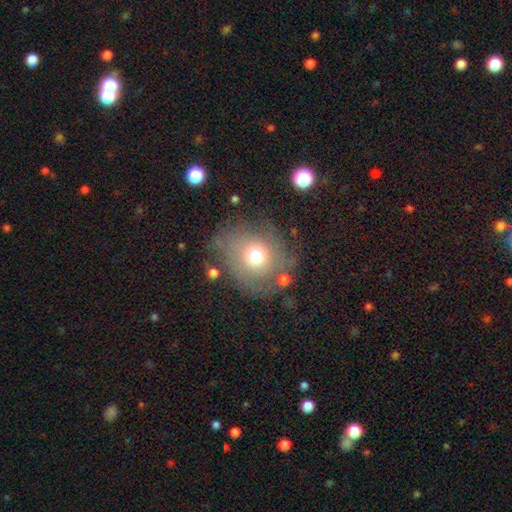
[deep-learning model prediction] Smooth or featured? smooth (56%)
How rounded? round (73%)
Merging? none (67%)